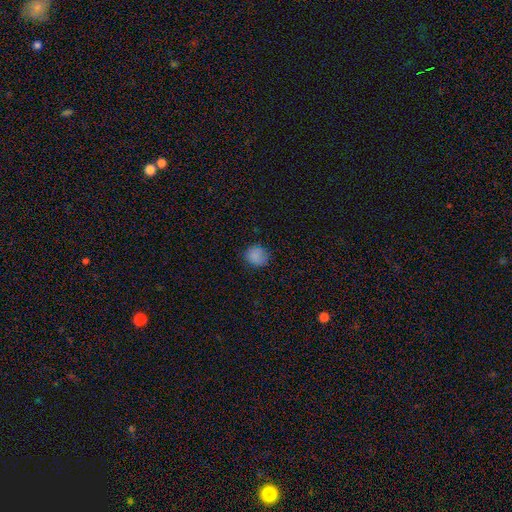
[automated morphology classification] Smooth or featured?
  - smooth: 84% *
  - star or artifact: 11%
  - featured or disk: 5%
How rounded?
  - round: 81% *
  - in between: 18%
  - cigar-shaped: 1%
Merging?
  - none: 80% *
  - minor disturbance: 16%
  - major disturbance: 3%
  - merger: 1%